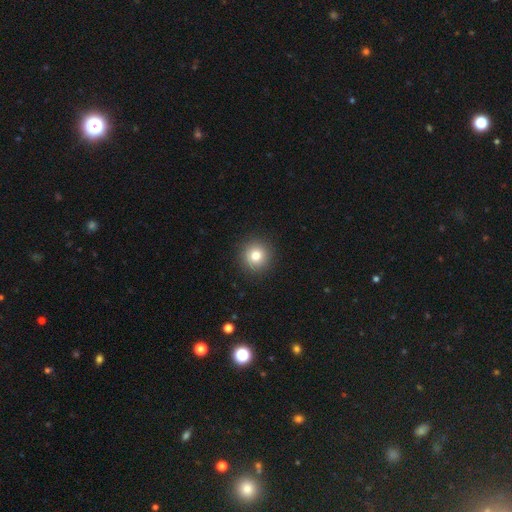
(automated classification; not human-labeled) Q: Smooth or featured?
A: smooth (81%); runner-up: star or artifact (11%)
Q: How rounded?
A: round (94%); runner-up: in between (5%)
Q: Merging?
A: none (92%); runner-up: minor disturbance (5%)